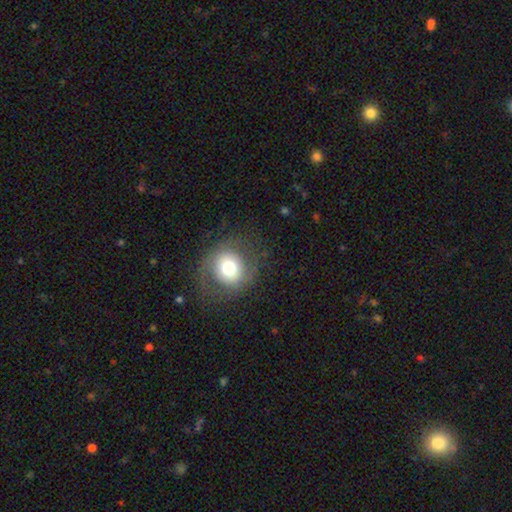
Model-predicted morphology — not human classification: smooth_or_featured: smooth (p=0.52) [alt: featured or disk p=0.35]
how_rounded: round (p=0.75) [alt: in between p=0.24]
merging: none (p=0.78) [alt: minor disturbance p=0.13]